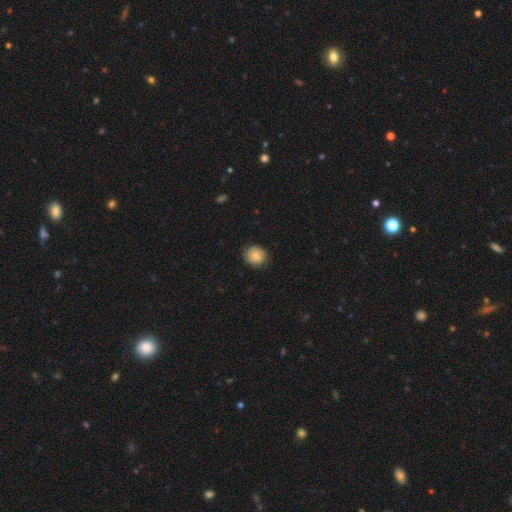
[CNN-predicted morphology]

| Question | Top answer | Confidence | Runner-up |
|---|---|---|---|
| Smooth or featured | smooth | 75% | featured or disk (18%) |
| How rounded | round | 71% | in between (28%) |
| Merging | none | 76% | minor disturbance (19%) |